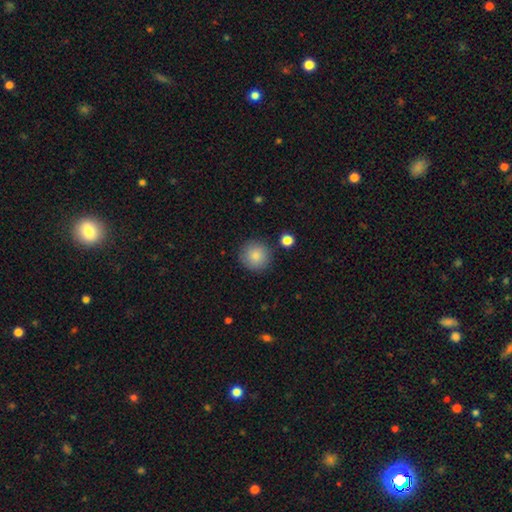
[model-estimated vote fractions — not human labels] Smooth or featured? Predicted: smooth (p=0.86). How rounded? Predicted: round (p=0.94). Merging? Predicted: none (p=0.87).